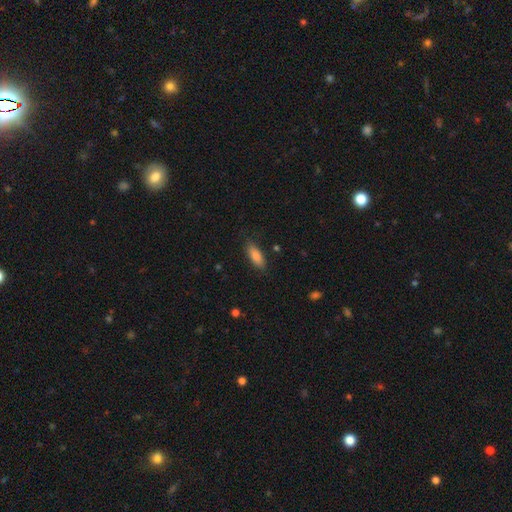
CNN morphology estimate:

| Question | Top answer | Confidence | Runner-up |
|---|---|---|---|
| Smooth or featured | smooth | 84% | featured or disk (9%) |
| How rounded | in between | 71% | cigar-shaped (27%) |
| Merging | none | 83% | minor disturbance (13%) |